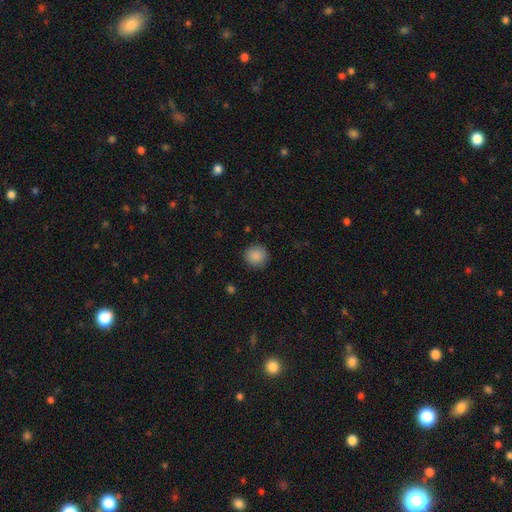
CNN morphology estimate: Smooth or featured: smooth — 88% (star or artifact — 8%)
How rounded: round — 93% (in between — 6%)
Merging: none — 89% (minor disturbance — 7%)